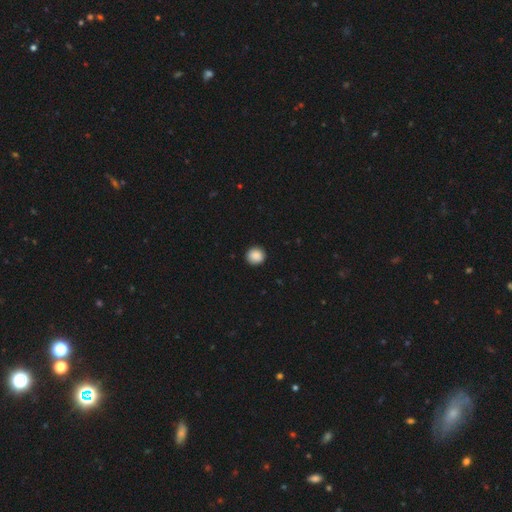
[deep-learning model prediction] smooth 89%, star or artifact 9%, featured or disk 3%. Down the decision tree: how rounded — round (91%); merging — none (92%).